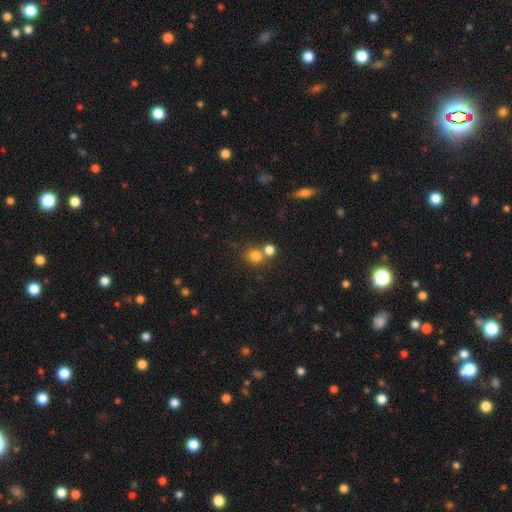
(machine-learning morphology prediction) smooth-or-featured: smooth: 79% | star or artifact: 14% | featured or disk: 7%
  how-rounded: round: 74% | in between: 25% | cigar-shaped: 1%
  merging: none: 54% | merger: 33% | minor disturbance: 9% | major disturbance: 4%